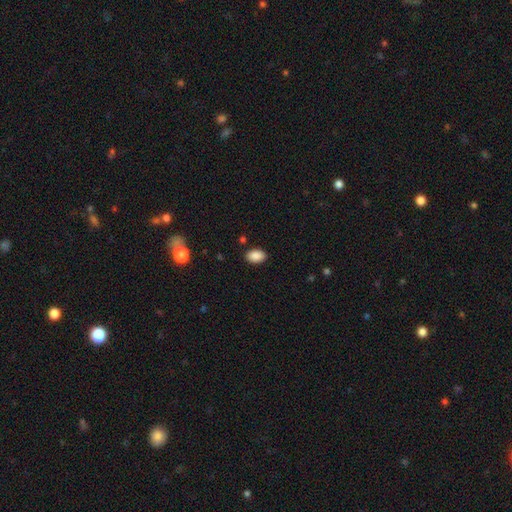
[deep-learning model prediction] smooth_or_featured: smooth (p=0.88) [alt: star or artifact p=0.08]
how_rounded: in between (p=0.88) [alt: round p=0.11]
merging: none (p=0.87) [alt: minor disturbance p=0.09]